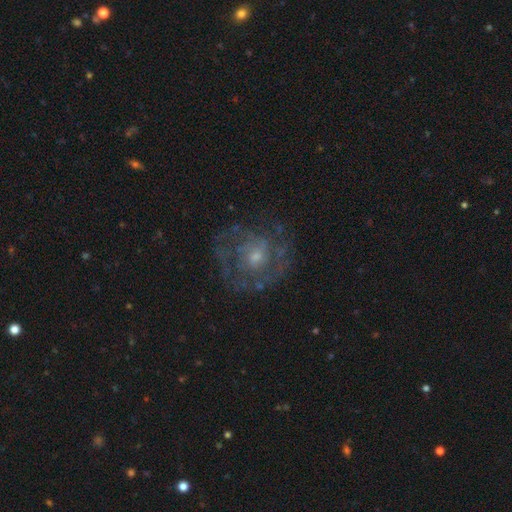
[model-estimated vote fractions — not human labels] Smooth or featured?
  - featured or disk: 76% *
  - smooth: 15%
  - star or artifact: 9%
Edge-on disk?
  - no: 98% *
  - yes: 2%
Bar?
  - no: 63% *
  - weak: 33%
  - strong: 5%
Spiral arms?
  - yes: 78% *
  - no: 22%
Spiral winding?
  - tight: 43% *
  - medium: 41%
  - loose: 16%
Spiral arm count?
  - can't tell: 41% *
  - 2: 27%
  - 3: 16%
  - 4: 7%
  - 1: 6%
  - more than 4: 5%
Bulge size?
  - small: 60% *
  - moderate: 31%
  - none: 5%
  - large: 2%
  - dominant: 1%
Merging?
  - none: 67% *
  - minor disturbance: 16%
  - major disturbance: 15%
  - merger: 2%